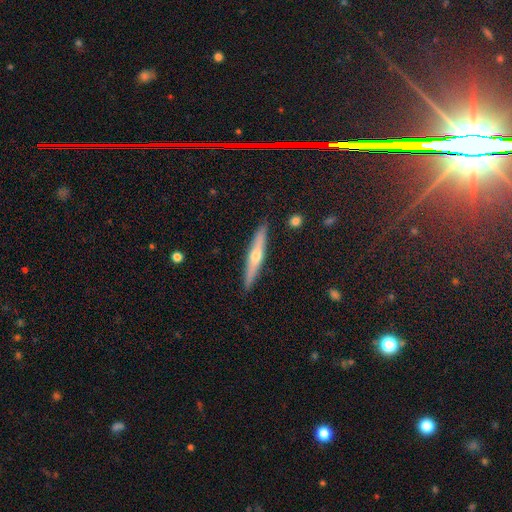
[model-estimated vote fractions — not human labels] The model was most divided on "smooth or featured": featured or disk: 61%, smooth: 33%, star or artifact: 6%. More confident: edge-on disk — yes (96%); merging — none (90%); edge-on bulge — rounded (87%).